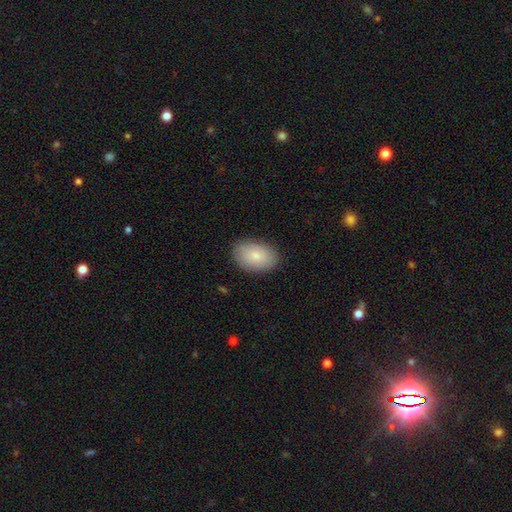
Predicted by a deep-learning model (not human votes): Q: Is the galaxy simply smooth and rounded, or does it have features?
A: smooth — 82%.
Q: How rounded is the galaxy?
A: in between — 90%.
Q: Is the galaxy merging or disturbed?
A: none — 87%.